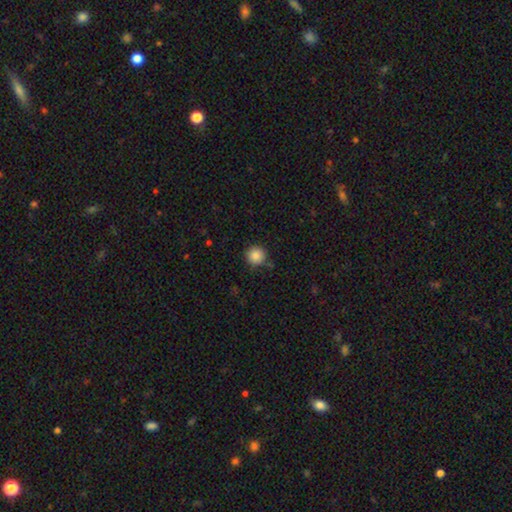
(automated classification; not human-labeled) Q: Smooth or featured?
A: smooth (87%); runner-up: star or artifact (9%)
Q: How rounded?
A: round (95%); runner-up: in between (4%)
Q: Merging?
A: none (86%); runner-up: minor disturbance (9%)